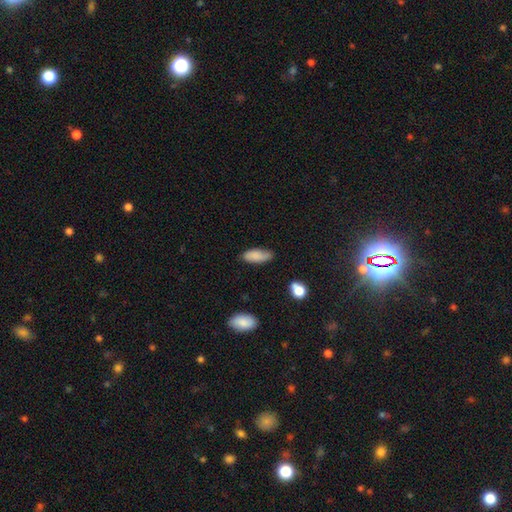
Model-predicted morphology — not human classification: Overall: smooth (81%). How rounded: in between (81%). Merging: none (70%).